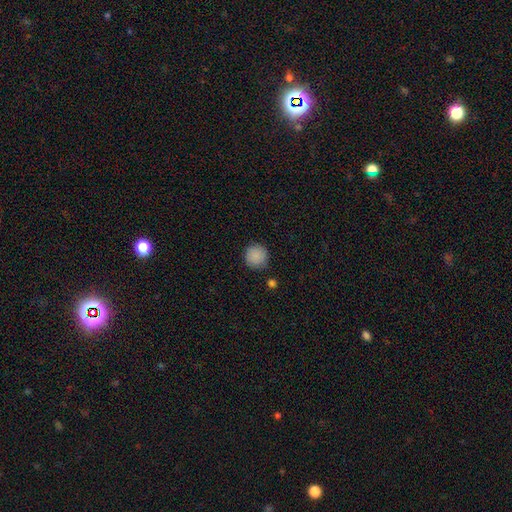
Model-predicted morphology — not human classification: type=smooth (88%); roundness=round (94%); merging=none (87%).